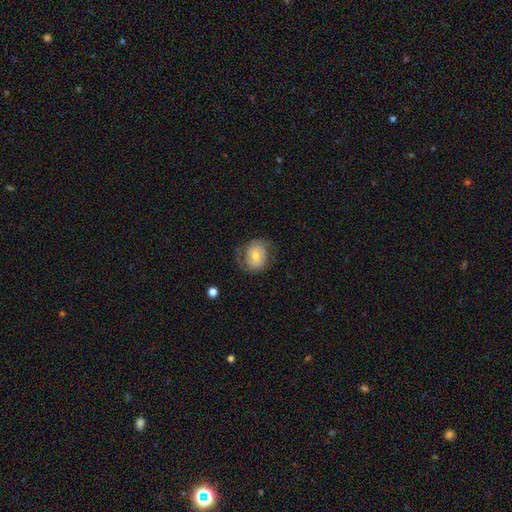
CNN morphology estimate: The model was most divided on "smooth or featured": featured or disk: 56%, smooth: 37%, star or artifact: 7%. More confident: edge-on disk — no (97%); spiral arms — yes (71%); bar — no (68%); merging — none (64%); bulge size — moderate (63%).